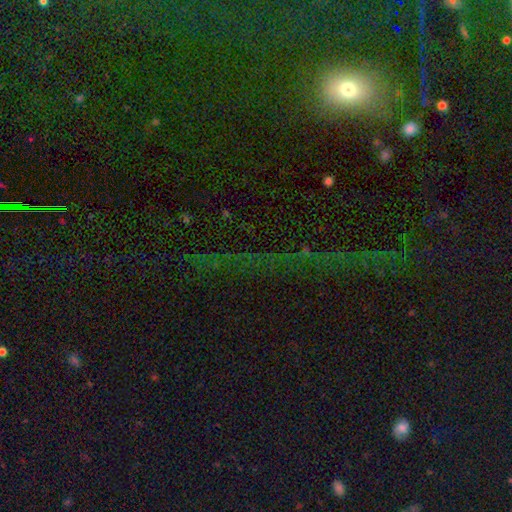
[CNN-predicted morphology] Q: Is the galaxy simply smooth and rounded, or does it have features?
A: star or artifact — 63%.